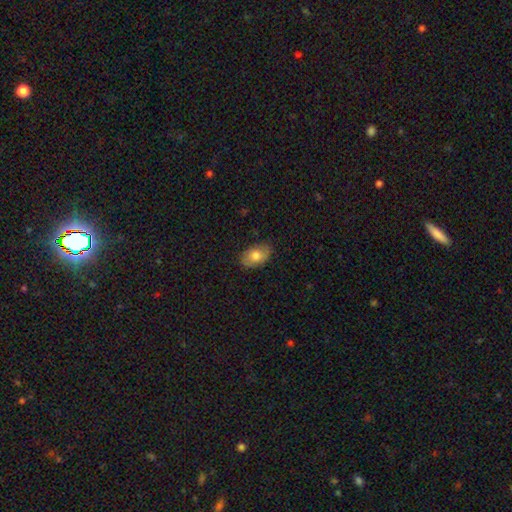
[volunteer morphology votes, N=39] A smooth galaxy with no disk features (82%) that is in between round and cigar-shaped (94%). Merging: none (78%).